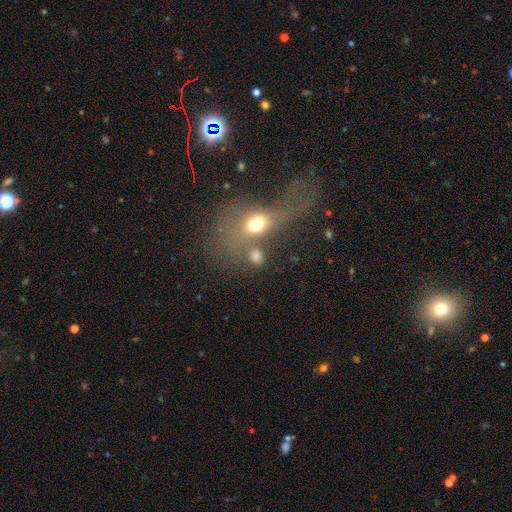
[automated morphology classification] This appears to be a smooth galaxy with no disk features (60%) that is in between round and cigar-shaped (59%). Merging: merger (41%).